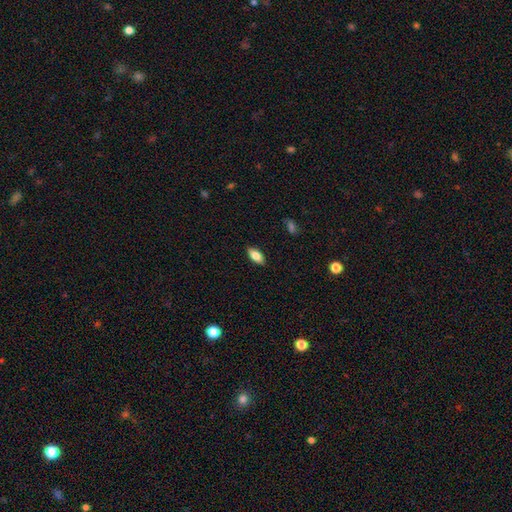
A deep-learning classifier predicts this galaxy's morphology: Overall: smooth (81%). How rounded: in between (89%). Merging: none (89%).